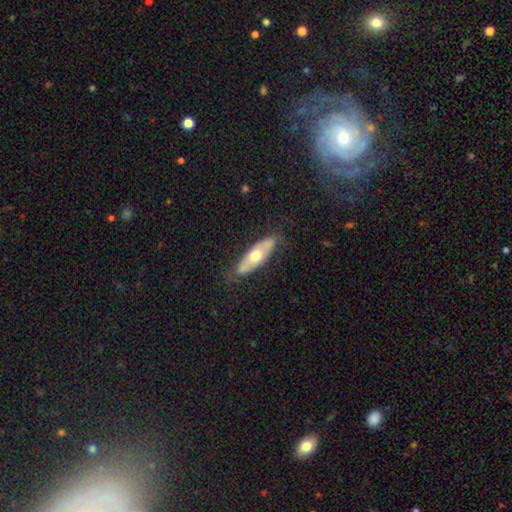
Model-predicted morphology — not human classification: Smooth or featured? Predicted: smooth (p=0.48). Merging? Predicted: none (p=0.76).